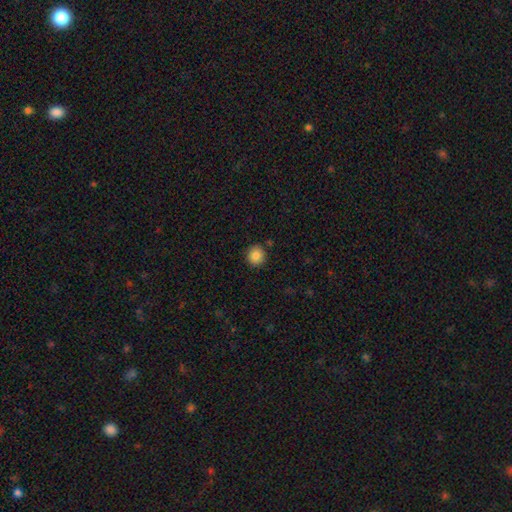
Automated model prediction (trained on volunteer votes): Smooth or featured?
  - smooth: 86% *
  - star or artifact: 9%
  - featured or disk: 5%
How rounded?
  - round: 89% *
  - in between: 10%
  - cigar-shaped: 1%
Merging?
  - none: 88% *
  - minor disturbance: 7%
  - merger: 2%
  - major disturbance: 2%